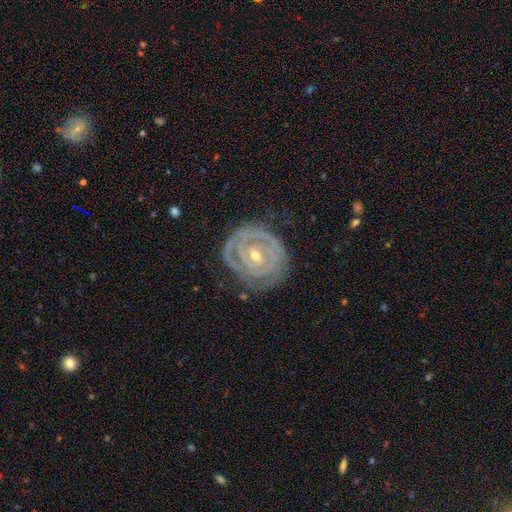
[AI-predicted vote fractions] Smooth or featured?
  - featured or disk: 87% *
  - smooth: 8%
  - star or artifact: 5%
Edge-on disk?
  - no: 97% *
  - yes: 3%
Bar?
  - no: 51% *
  - weak: 33%
  - strong: 16%
Spiral arms?
  - yes: 92% *
  - no: 8%
Spiral winding?
  - tight: 84% *
  - medium: 12%
  - loose: 3%
Spiral arm count?
  - 2: 35% *
  - can't tell: 30%
  - 3: 17%
  - 4: 7%
  - 1: 6%
  - more than 4: 5%
Bulge size?
  - small: 55% *
  - moderate: 43%
  - large: 1%
  - none: 1%
  - dominant: 1%
Merging?
  - none: 74% *
  - minor disturbance: 18%
  - major disturbance: 7%
  - merger: 1%